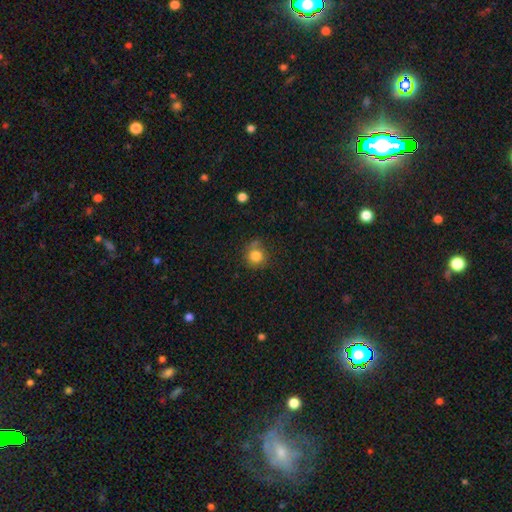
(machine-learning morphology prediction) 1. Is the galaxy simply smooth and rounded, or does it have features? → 82% smooth, 11% star or artifact, 7% featured or disk.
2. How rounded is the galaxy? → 88% round, 11% in between, 1% cigar-shaped.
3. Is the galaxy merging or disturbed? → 68% none, 21% minor disturbance, 6% major disturbance, 5% merger.